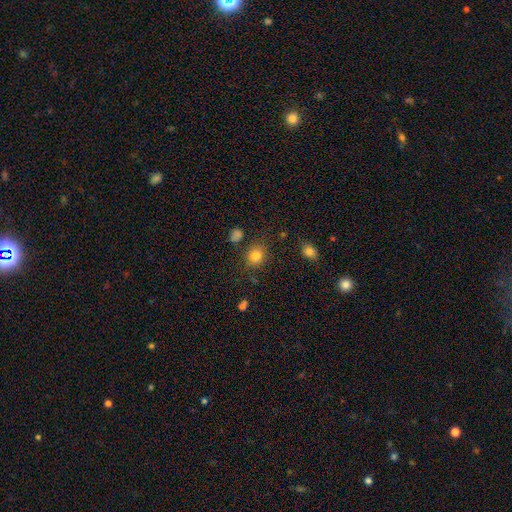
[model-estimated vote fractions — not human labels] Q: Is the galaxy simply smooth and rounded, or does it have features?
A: smooth — 82%.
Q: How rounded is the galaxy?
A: round — 77%.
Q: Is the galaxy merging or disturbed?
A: none — 82%.